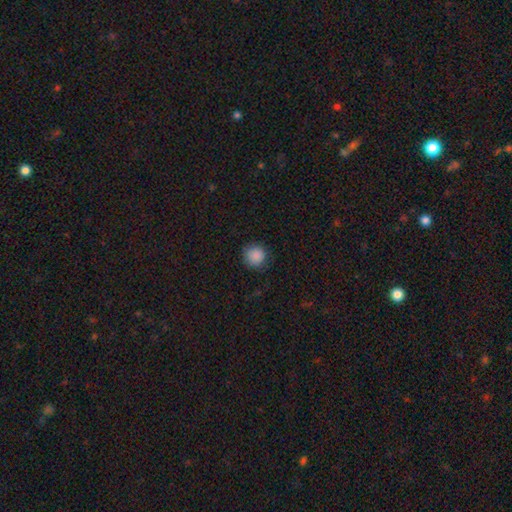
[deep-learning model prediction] Overall: smooth (88%). How rounded: round (94%). Merging: none (87%).